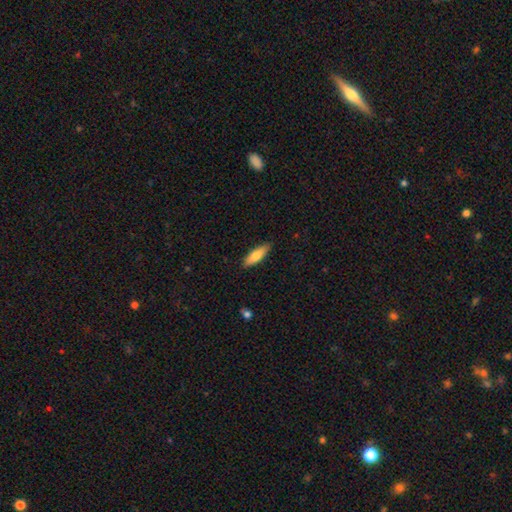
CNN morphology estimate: Smooth or featured? Predicted: smooth (p=0.76). How rounded? Predicted: cigar-shaped (p=0.51). Merging? Predicted: none (p=0.87).